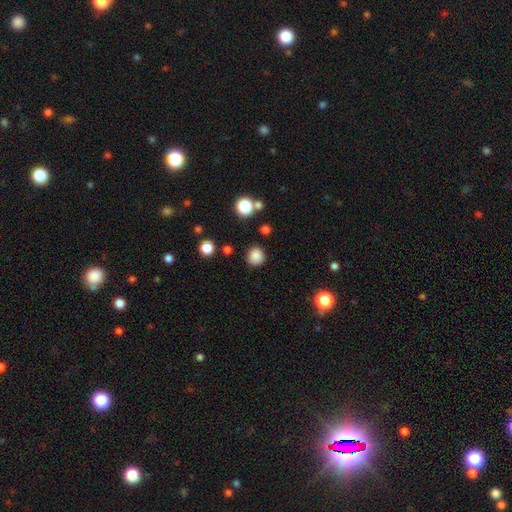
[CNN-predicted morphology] A smooth galaxy with no disk features (84%) that is round (90%).

Vote fractions:
- Smooth or featured? smooth: 84% / star or artifact: 12% / featured or disk: 3%
- How rounded? round: 90% / in between: 9% / cigar-shaped: 1%
- Merging? none: 86% / minor disturbance: 9% / major disturbance: 3% / merger: 3%